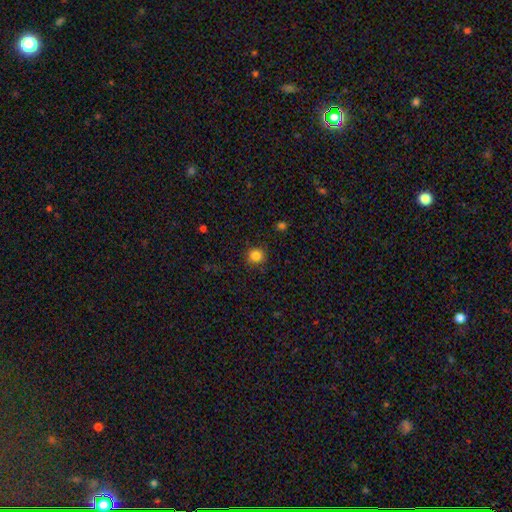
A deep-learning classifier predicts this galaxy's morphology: Smooth or featured: smooth — 84% (star or artifact — 12%)
How rounded: round — 89% (in between — 10%)
Merging: none — 89% (minor disturbance — 8%)